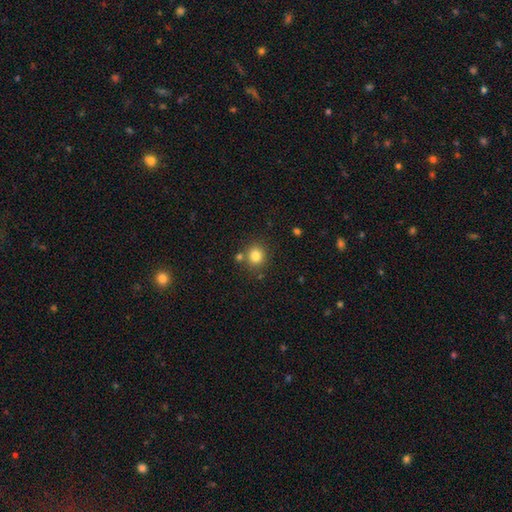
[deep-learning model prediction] Overall: smooth (81%). How rounded: round (86%). Merging: none (78%).